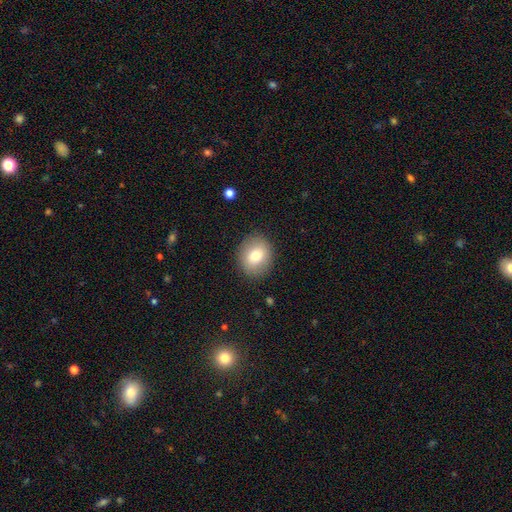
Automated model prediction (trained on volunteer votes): smooth 76%, featured or disk 15%, star or artifact 9%. Down the decision tree: how rounded — round (63%); merging — none (87%).